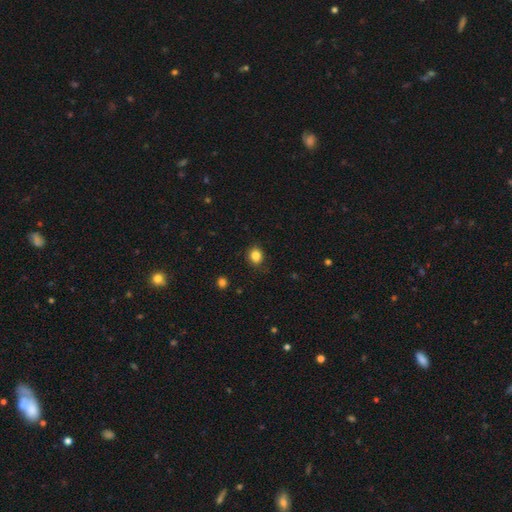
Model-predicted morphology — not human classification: A smooth galaxy with no disk features (84%) that is round (71%). Merging: none (86%).